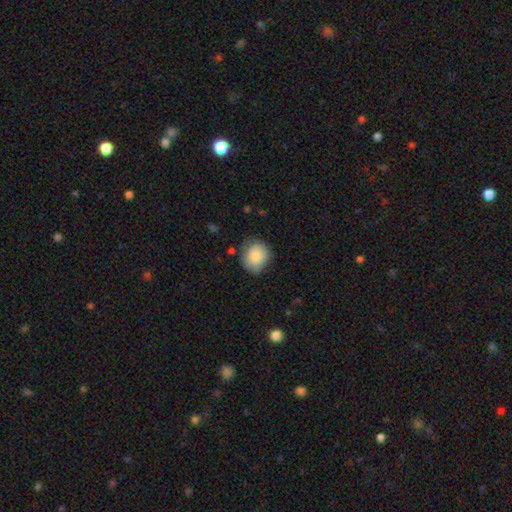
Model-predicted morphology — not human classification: A smooth galaxy with no disk features (83%) that is round (72%).

Vote fractions:
- Smooth or featured? smooth: 83% / featured or disk: 10% / star or artifact: 7%
- How rounded? round: 72% / in between: 27% / cigar-shaped: 1%
- Merging? none: 73% / minor disturbance: 20% / major disturbance: 5% / merger: 2%